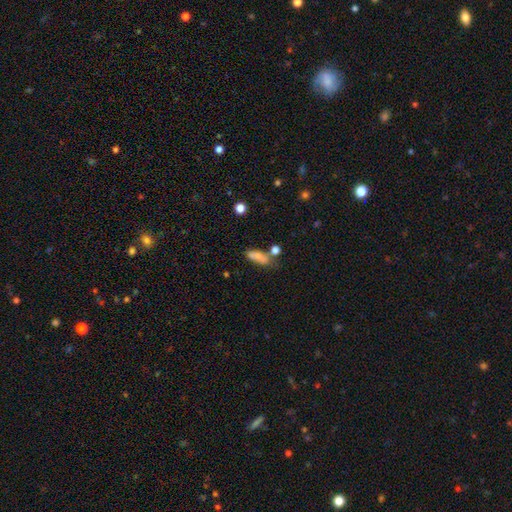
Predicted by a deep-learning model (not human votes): Morphology: type=smooth (75%); roundness=in between (59%); merging=none (46%).